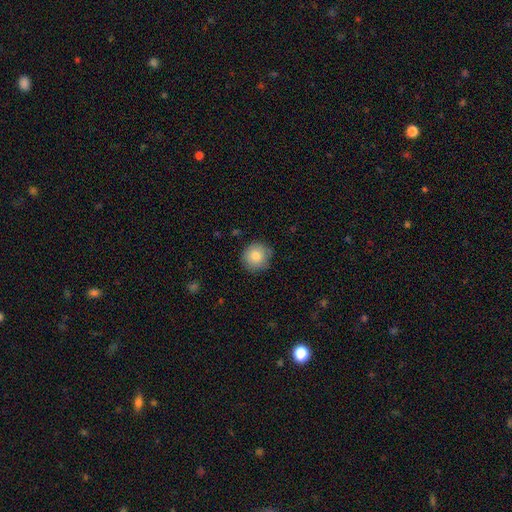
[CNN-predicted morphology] smooth-or-featured: smooth: 83% | featured or disk: 10% | star or artifact: 8%
  how-rounded: round: 92% | in between: 7% | cigar-shaped: 1%
  merging: none: 84% | minor disturbance: 13% | major disturbance: 2% | merger: 1%